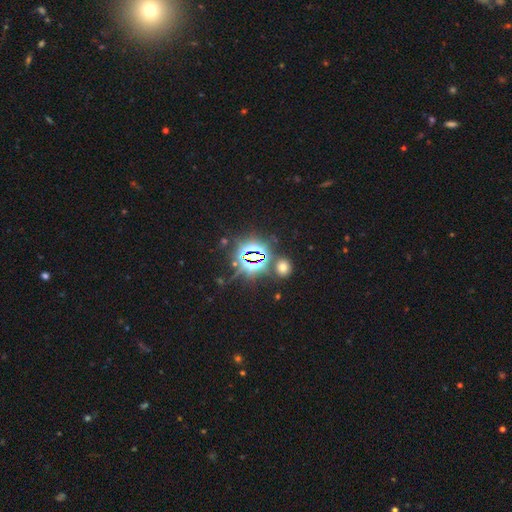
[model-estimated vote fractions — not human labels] A star or artifact, not a galaxy (83%).

Vote fractions:
- Smooth or featured? star or artifact: 83% / smooth: 10% / featured or disk: 7%